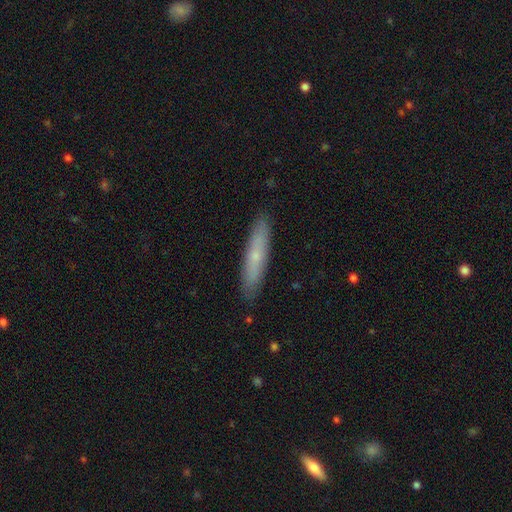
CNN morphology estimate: Overall: smooth (59%; featured or disk 34%). How rounded: cigar-shaped (87%). Merging: none (89%).